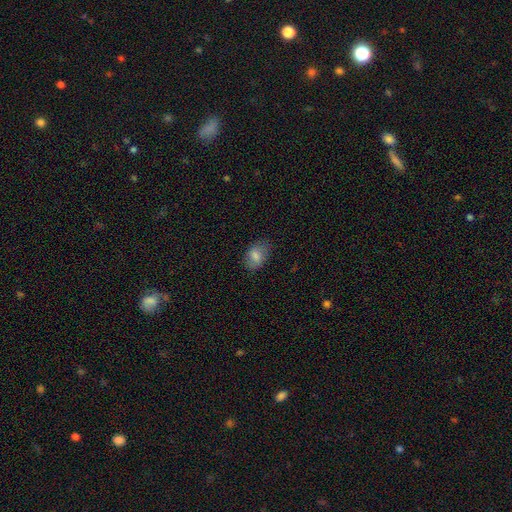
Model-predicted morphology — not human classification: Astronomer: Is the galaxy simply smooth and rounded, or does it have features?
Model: smooth — 77%.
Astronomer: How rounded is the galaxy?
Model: in between — 86%.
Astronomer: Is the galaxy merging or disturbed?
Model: none — 75%.